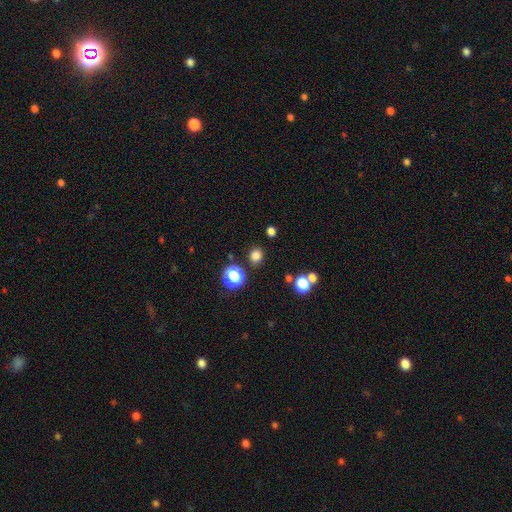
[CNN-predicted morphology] Smooth or featured?
  - smooth: 79% *
  - star or artifact: 17%
  - featured or disk: 4%
How rounded?
  - round: 80% *
  - in between: 19%
  - cigar-shaped: 1%
Merging?
  - none: 86% *
  - minor disturbance: 8%
  - merger: 3%
  - major disturbance: 3%